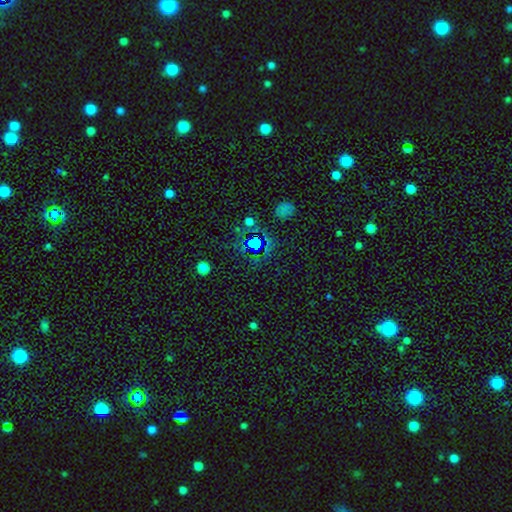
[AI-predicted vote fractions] This appears to be a star or artifact, not a galaxy (71%).